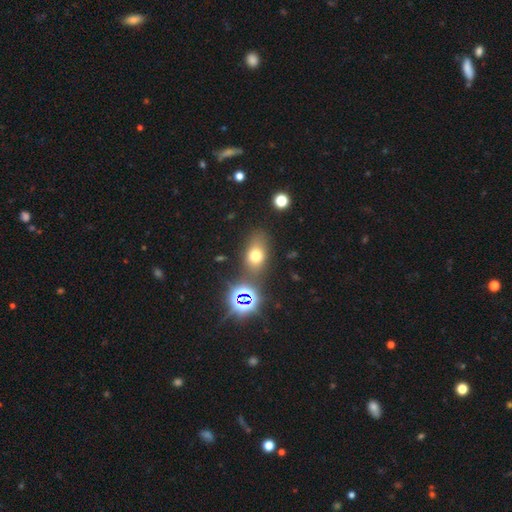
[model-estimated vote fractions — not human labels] Smooth or featured: smooth — 64% (star or artifact — 22%)
How rounded: in between — 69% (round — 28%)
Merging: none — 72% (minor disturbance — 15%)